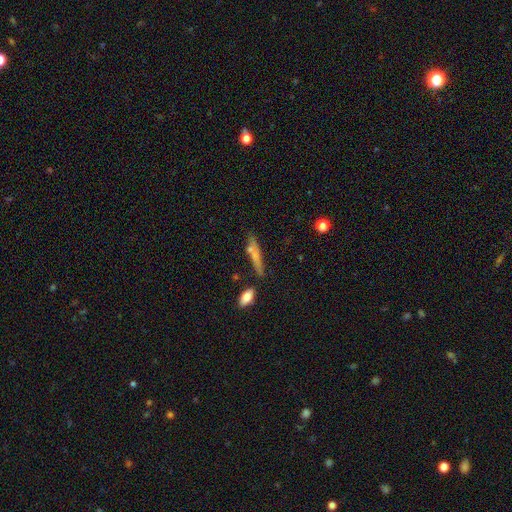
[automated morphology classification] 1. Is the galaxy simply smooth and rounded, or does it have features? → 58% smooth, 33% featured or disk, 9% star or artifact.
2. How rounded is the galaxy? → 83% cigar-shaped, 14% in between, 3% round.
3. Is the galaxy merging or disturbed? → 64% none, 19% minor disturbance, 12% merger, 6% major disturbance.